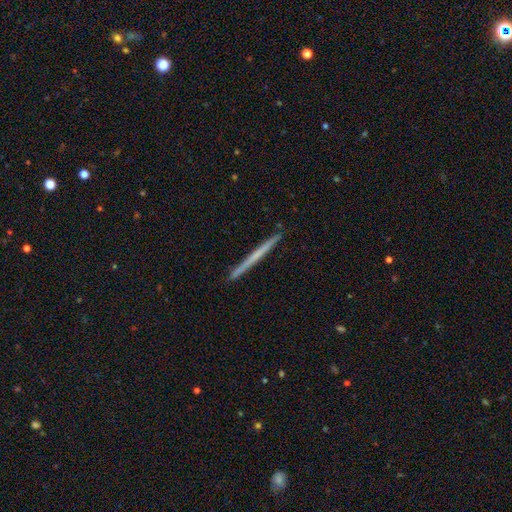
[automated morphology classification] Q: Smooth or featured?
A: featured or disk (51%); runner-up: smooth (43%)
Q: Edge-on disk?
A: yes (98%); runner-up: no (2%)
Q: Edge-on bulge?
A: none (88%); runner-up: rounded (9%)
Q: Merging?
A: none (92%); runner-up: minor disturbance (6%)